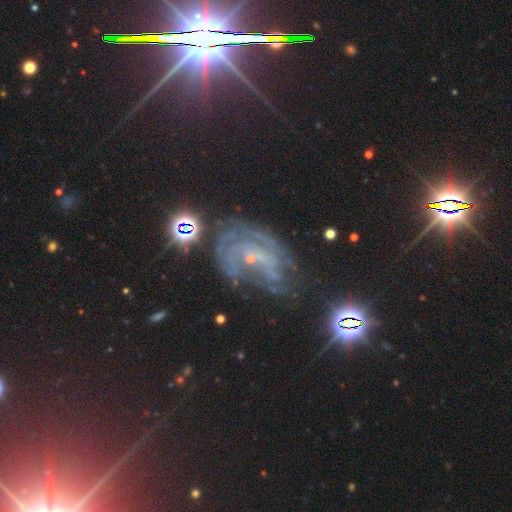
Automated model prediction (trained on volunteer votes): This appears to be a featured or disk galaxy (57%) with no bar (47%), spiral arms (88%) and a small central bulge (80%). Merging: none (54%).